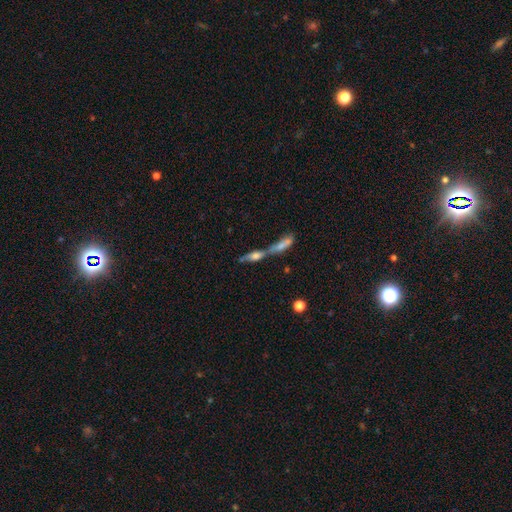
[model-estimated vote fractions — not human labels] featured or disk 50%, smooth 40%, star or artifact 11%. Down the decision tree: merging — merger (67%).